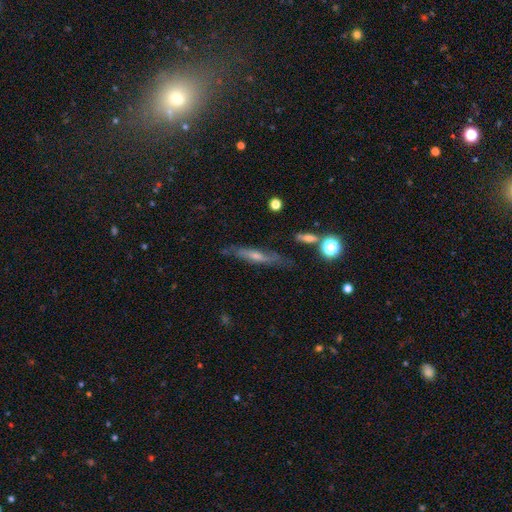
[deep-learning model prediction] This is likely a featured or disk galaxy (61%). It is likely viewed edge-on (75%). Merging: likely none (73%).